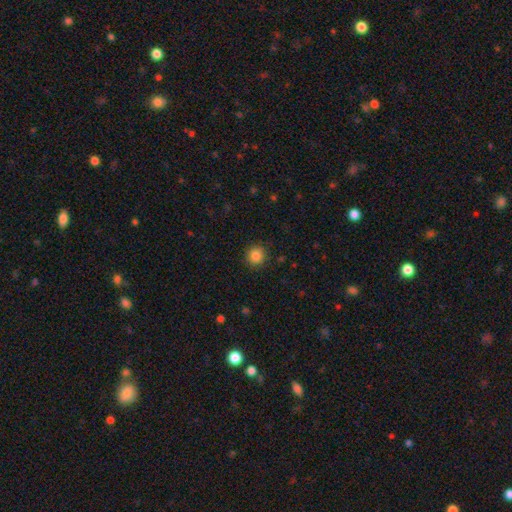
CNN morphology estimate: Smooth or featured? Predicted: smooth (p=0.86). How rounded? Predicted: round (p=0.94). Merging? Predicted: none (p=0.90).